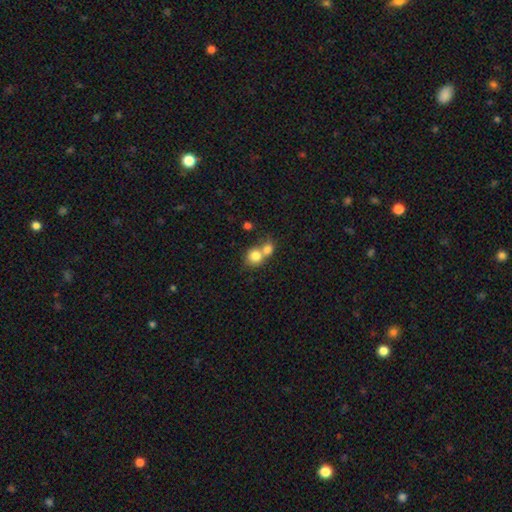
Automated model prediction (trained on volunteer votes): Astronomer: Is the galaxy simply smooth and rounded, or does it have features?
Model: smooth — 79%.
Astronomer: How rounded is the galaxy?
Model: round — 79%.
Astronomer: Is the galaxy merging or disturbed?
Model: merger — 61%.